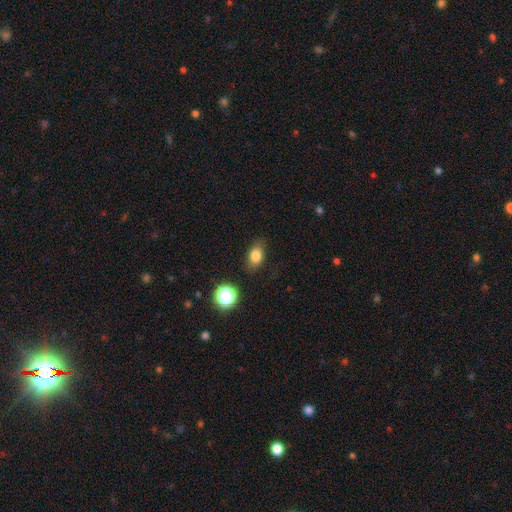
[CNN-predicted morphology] The model was most divided on "how rounded": in between: 76%, round: 22%, cigar-shaped: 3%. More confident: merging — none (82%); smooth or featured — smooth (81%).